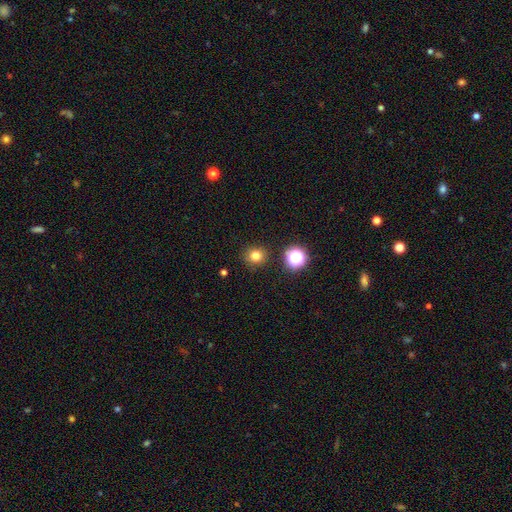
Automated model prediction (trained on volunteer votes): Overall: smooth (78%). How rounded: round (88%). Merging: none (89%).